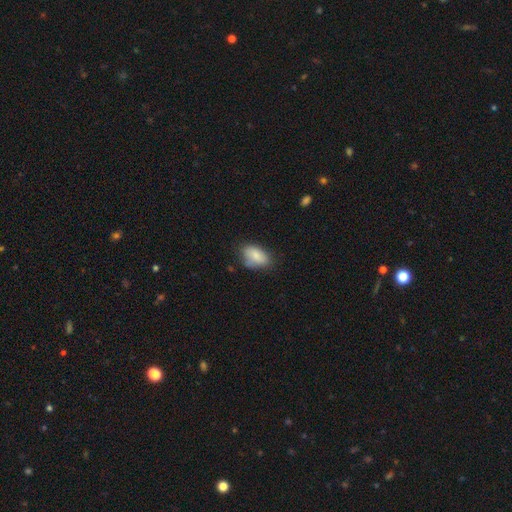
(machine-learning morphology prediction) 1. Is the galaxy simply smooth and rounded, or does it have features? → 82% smooth, 10% featured or disk, 7% star or artifact.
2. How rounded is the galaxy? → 92% in between, 6% round, 2% cigar-shaped.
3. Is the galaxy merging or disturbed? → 61% none, 28% minor disturbance, 6% major disturbance, 4% merger.